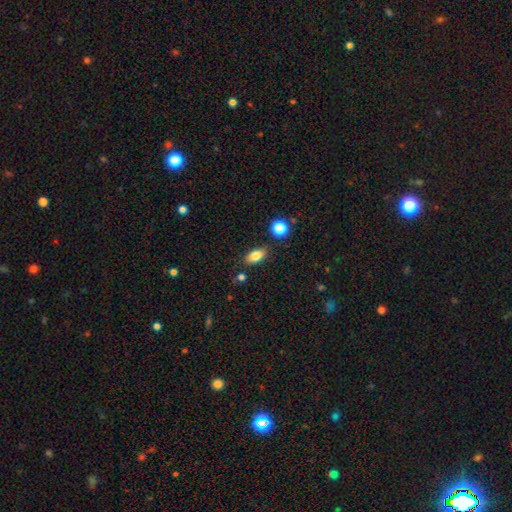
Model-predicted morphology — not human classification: Smooth or featured? Predicted: smooth (p=0.82). How rounded? Predicted: in between (p=0.88). Merging? Predicted: none (p=0.82).